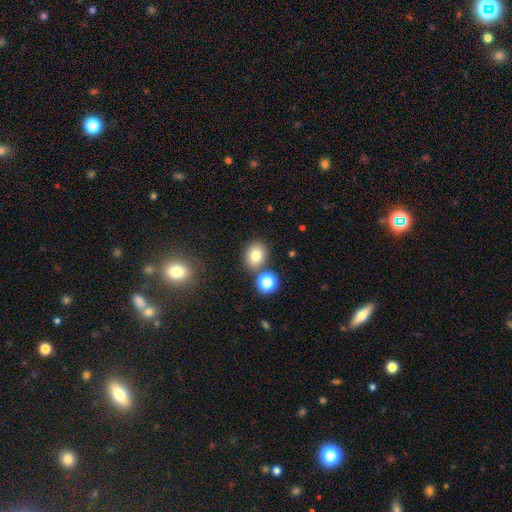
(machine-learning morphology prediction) Smooth or featured?
  - smooth: 78% *
  - star or artifact: 14%
  - featured or disk: 9%
How rounded?
  - round: 61% *
  - in between: 38%
  - cigar-shaped: 1%
Merging?
  - none: 75% *
  - merger: 12%
  - minor disturbance: 10%
  - major disturbance: 3%